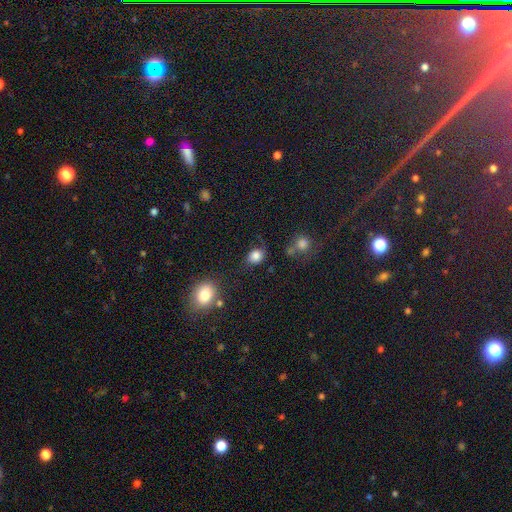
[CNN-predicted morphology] smooth_or_featured: smooth (p=0.82) [alt: star or artifact p=0.10]
how_rounded: round (p=0.52) [alt: in between p=0.47]
merging: none (p=0.57) [alt: minor disturbance p=0.25]